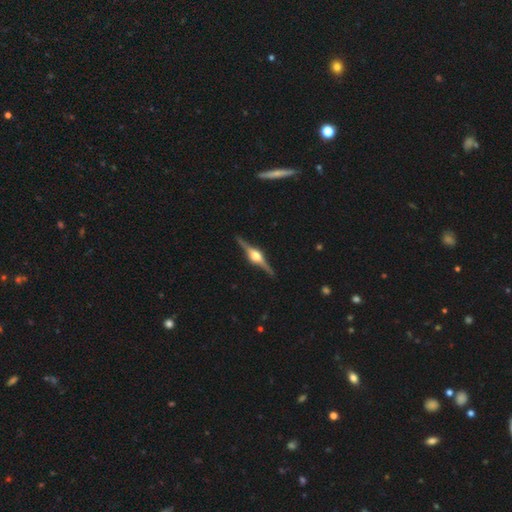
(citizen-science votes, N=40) featured or disk 85%, star or artifact 10%, smooth 5%. Down the decision tree: edge-on disk — yes (100%); edge-on bulge — rounded (100%); merging — none (94%).